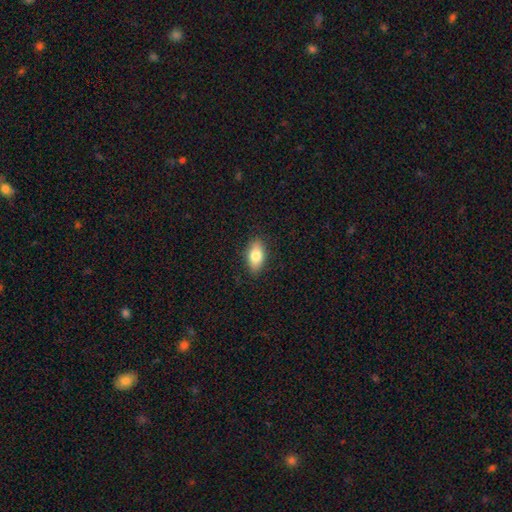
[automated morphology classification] Smooth or featured: smooth — 79% (featured or disk — 14%)
How rounded: in between — 88% (cigar-shaped — 7%)
Merging: none — 87% (minor disturbance — 10%)